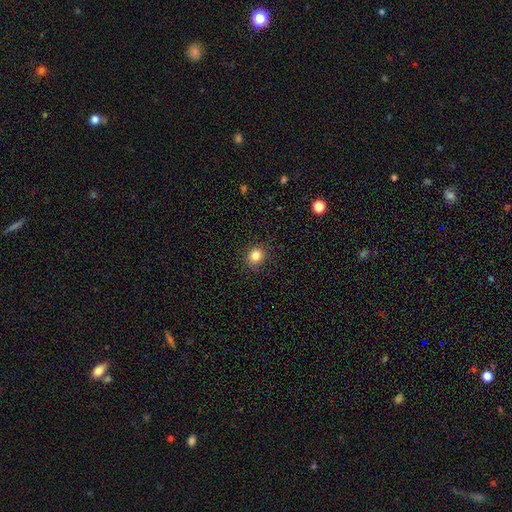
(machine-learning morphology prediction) This is clearly a smooth galaxy (83%). How rounded: clearly round (81%). Merging: clearly none (89%).